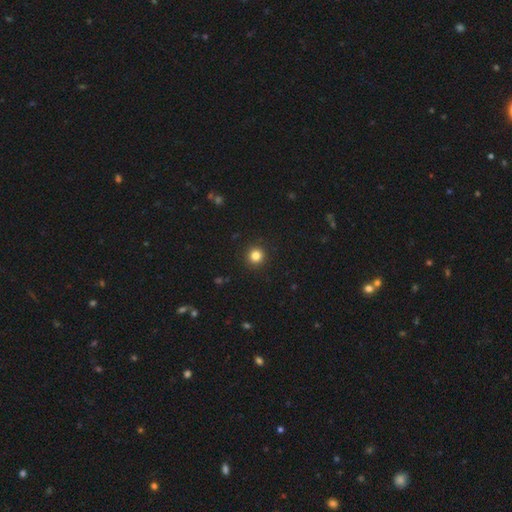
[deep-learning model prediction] This appears to be a smooth galaxy with no disk features (83%) that is round (95%). Merging: none (93%).